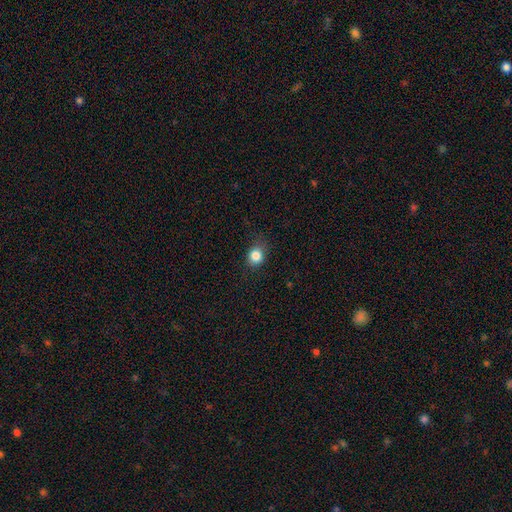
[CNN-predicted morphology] The model was most divided on "how rounded": round: 73%, in between: 26%, cigar-shaped: 1%. More confident: smooth or featured — smooth (83%); merging — none (77%).